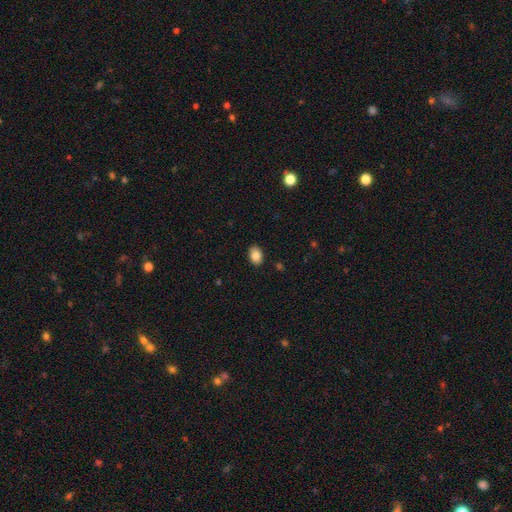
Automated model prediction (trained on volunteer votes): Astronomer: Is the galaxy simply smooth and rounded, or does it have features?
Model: smooth — 84%.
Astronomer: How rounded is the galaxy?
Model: in between — 80%.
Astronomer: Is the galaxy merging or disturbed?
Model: none — 88%.